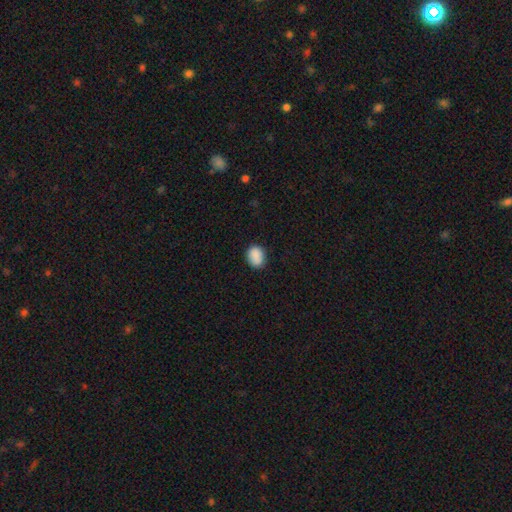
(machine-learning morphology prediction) The model was most divided on "how rounded": in between: 60%, round: 39%, cigar-shaped: 1%. More confident: smooth or featured — smooth (89%); merging — none (83%).